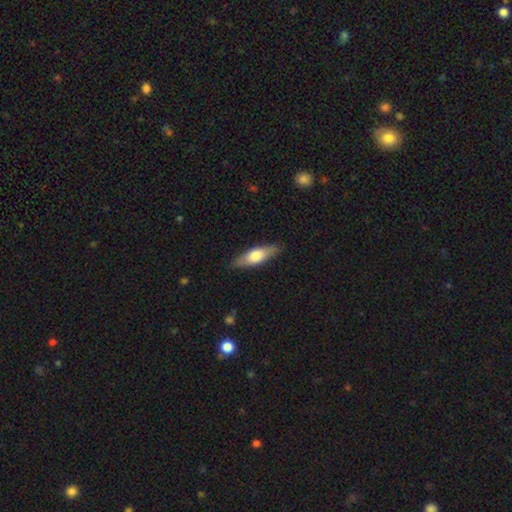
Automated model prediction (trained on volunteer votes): Q: Smooth or featured?
A: smooth (59%); runner-up: featured or disk (36%)
Q: How rounded?
A: cigar-shaped (49%); tied with: in between (49%)
Q: Merging?
A: none (86%); runner-up: minor disturbance (10%)